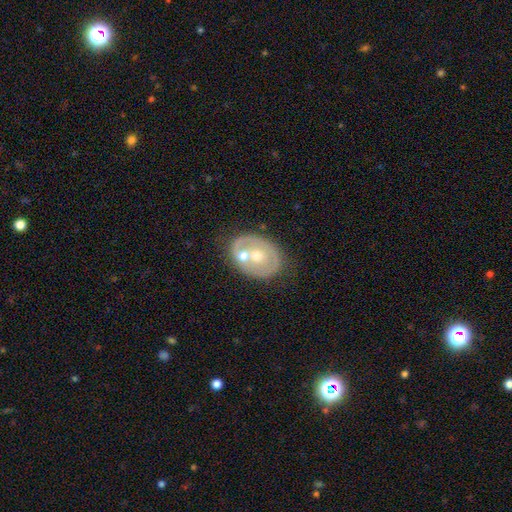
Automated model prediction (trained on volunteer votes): A featured or disk galaxy (62%) with no bar (86%), no spiral arms (78%) and a moderate central bulge (69%). Merging: none (52%).